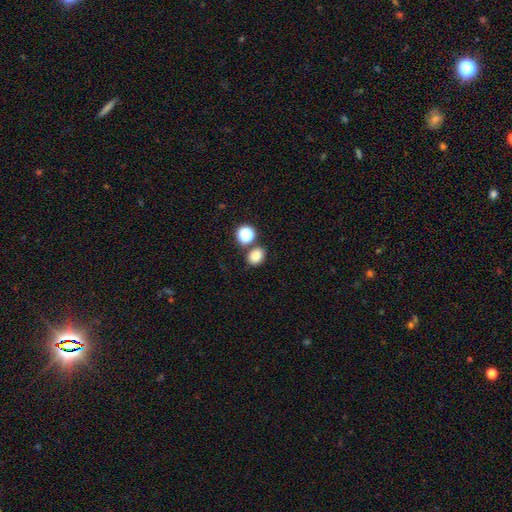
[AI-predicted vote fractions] Smooth or featured? Predicted: smooth (p=0.82). How rounded? Predicted: round (p=0.50). Merging? Predicted: none (p=0.74).